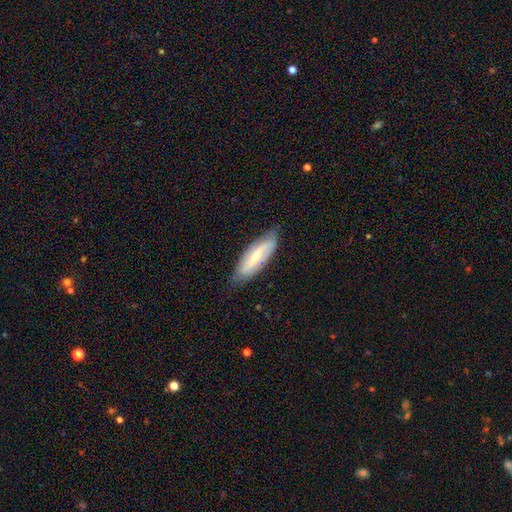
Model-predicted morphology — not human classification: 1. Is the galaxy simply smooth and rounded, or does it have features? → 58% featured or disk, 35% smooth, 6% star or artifact.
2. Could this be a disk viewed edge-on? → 76% no, 24% yes.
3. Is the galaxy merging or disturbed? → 79% none, 17% minor disturbance, 3% major disturbance, 1% merger.